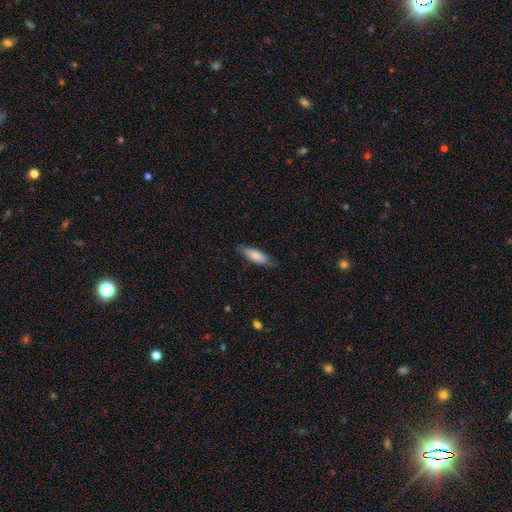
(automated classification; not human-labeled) Smooth or featured? Predicted: smooth (p=0.76). How rounded? Predicted: in between (p=0.67). Merging? Predicted: none (p=0.77).